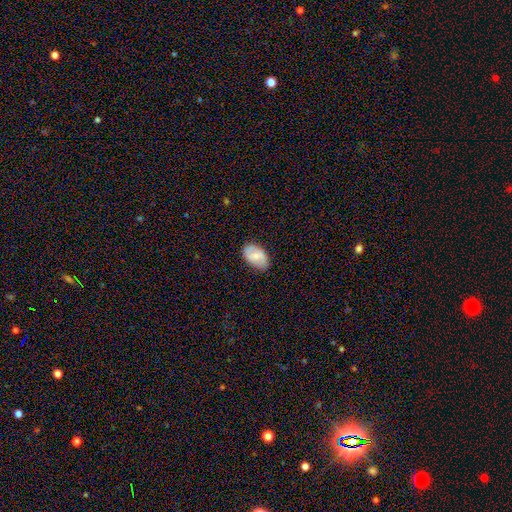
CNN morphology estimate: smooth_or_featured: smooth (p=0.64) [alt: featured or disk p=0.29]
how_rounded: in between (p=0.92) [alt: round p=0.07]
merging: none (p=0.79) [alt: minor disturbance p=0.16]